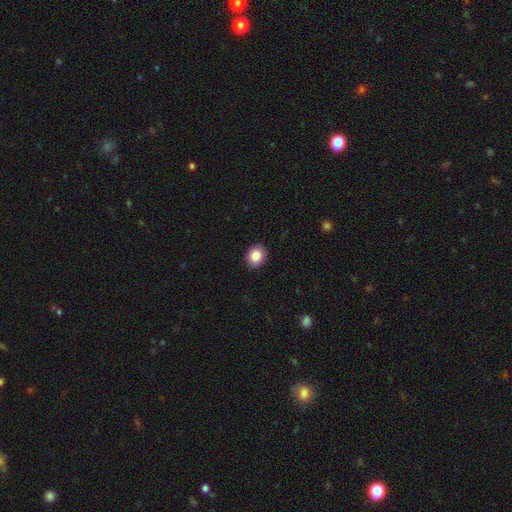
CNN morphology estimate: Smooth or featured?
  - smooth: 86% *
  - star or artifact: 9%
  - featured or disk: 5%
How rounded?
  - round: 63% *
  - in between: 36%
  - cigar-shaped: 1%
Merging?
  - none: 91% *
  - minor disturbance: 6%
  - major disturbance: 2%
  - merger: 1%